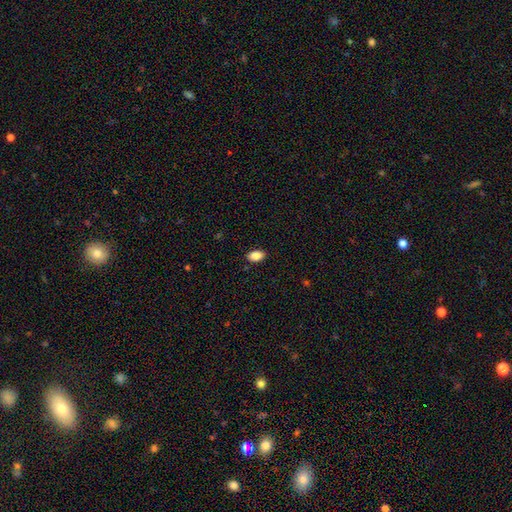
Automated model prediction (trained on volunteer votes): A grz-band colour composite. It shows a smooth galaxy with no disk features (88%) that is in between round and cigar-shaped (91%). Merging: none (88%).